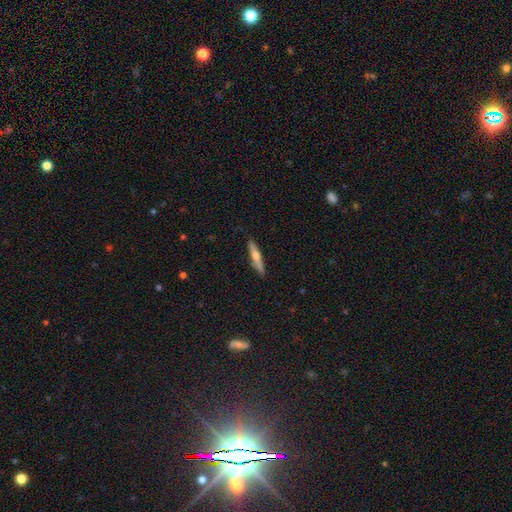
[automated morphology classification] Smooth or featured? Predicted: featured or disk (p=0.50). Merging? Predicted: none (p=0.89).